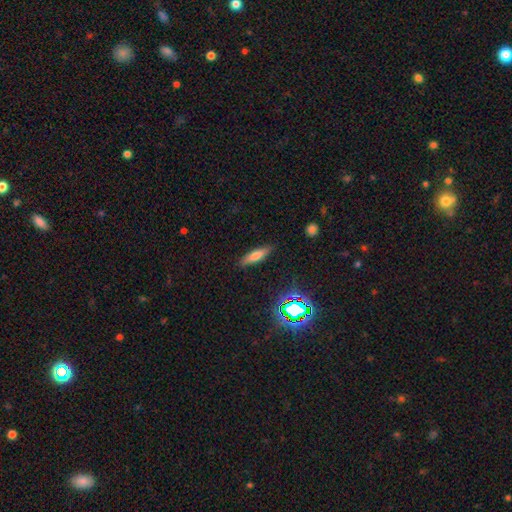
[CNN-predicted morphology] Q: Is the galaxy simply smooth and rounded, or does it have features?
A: smooth — 66%.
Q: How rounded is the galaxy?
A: cigar-shaped — 67%.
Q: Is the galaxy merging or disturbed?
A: none — 86%.